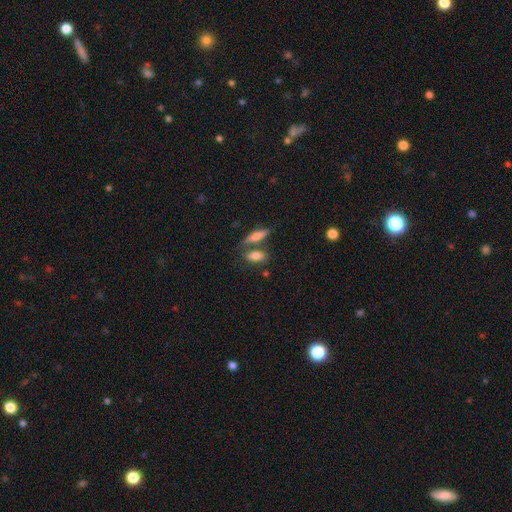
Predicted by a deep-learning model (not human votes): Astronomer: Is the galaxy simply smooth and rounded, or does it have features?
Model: smooth — 77%.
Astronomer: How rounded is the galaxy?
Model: in between — 71%.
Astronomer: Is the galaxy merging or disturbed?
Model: none — 55%.